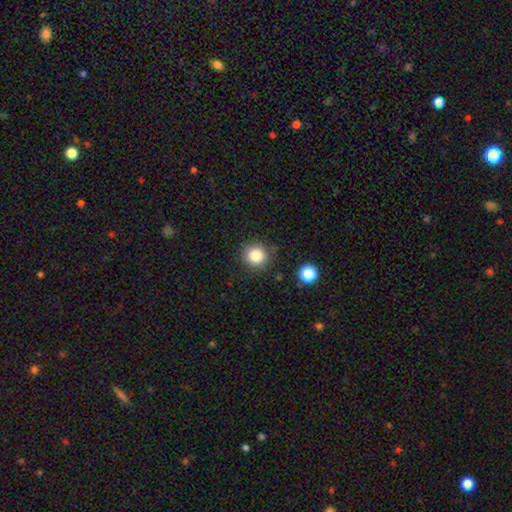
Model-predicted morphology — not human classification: This appears to be a smooth galaxy with no disk features (84%) that is round (93%). Merging: none (85%).